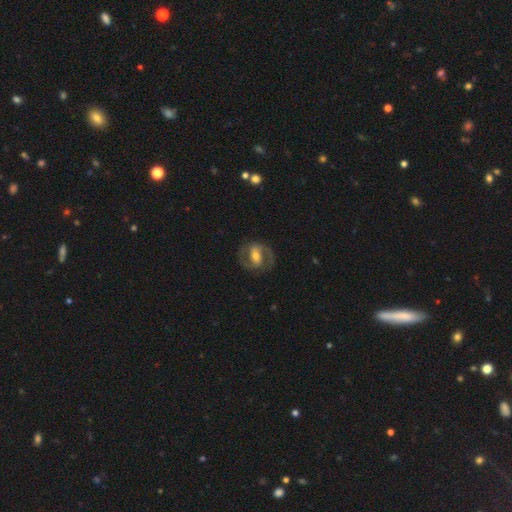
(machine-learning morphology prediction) Smooth or featured? Predicted: featured or disk (p=0.74). Edge-on disk? Predicted: no (p=0.96). Bar? Predicted: strong (p=0.46). Spiral arms? Predicted: yes (p=0.80). Spiral winding? Predicted: medium (p=0.53). Spiral arm count? Predicted: 2 (p=0.88). Bulge size? Predicted: moderate (p=0.59). Merging? Predicted: none (p=0.79).